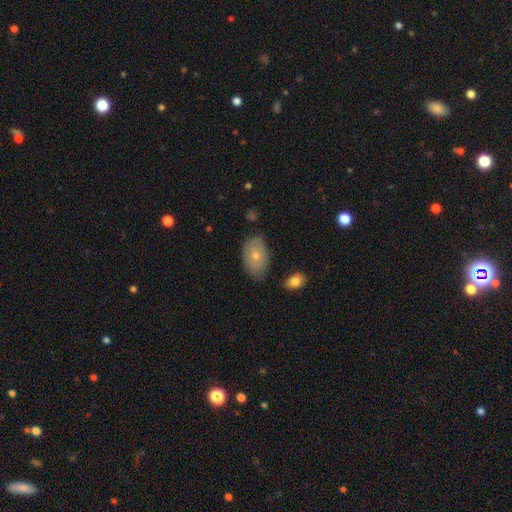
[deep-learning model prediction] Smooth or featured? Predicted: smooth (p=0.68). How rounded? Predicted: in between (p=0.91). Merging? Predicted: none (p=0.74).